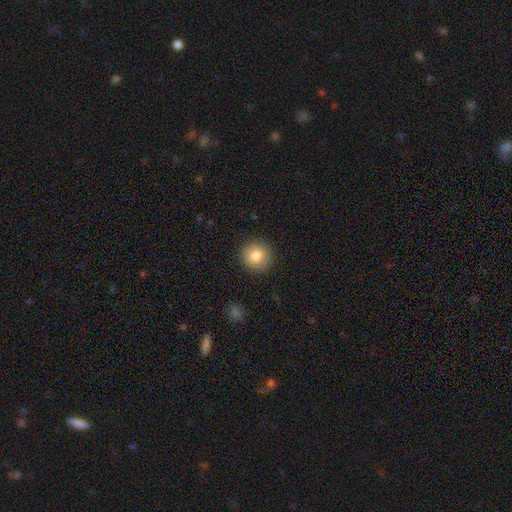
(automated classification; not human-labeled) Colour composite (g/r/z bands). It shows a smooth galaxy with no disk features (82%) that is round (91%). Merging: none (90%).